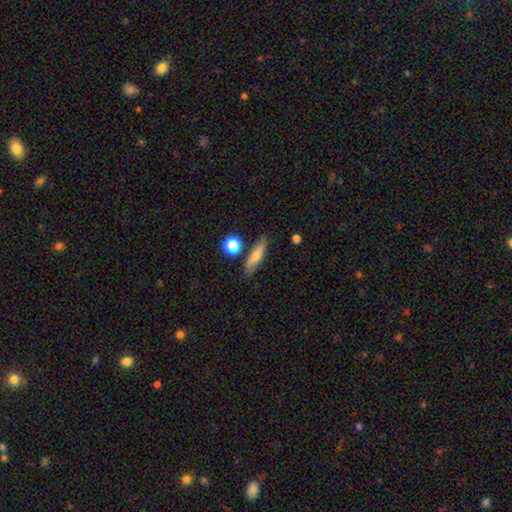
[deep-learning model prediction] smooth-or-featured: smooth: 65% | featured or disk: 27% | star or artifact: 8%
  how-rounded: cigar-shaped: 67% | in between: 27% | round: 6%
  merging: none: 78% | minor disturbance: 13% | merger: 6% | major disturbance: 3%